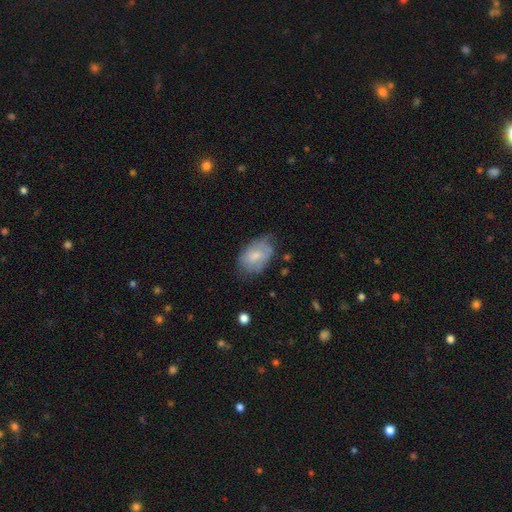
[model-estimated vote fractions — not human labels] smooth 63%, featured or disk 30%, star or artifact 7%. Down the decision tree: how rounded — in between (88%); merging — none (54%).